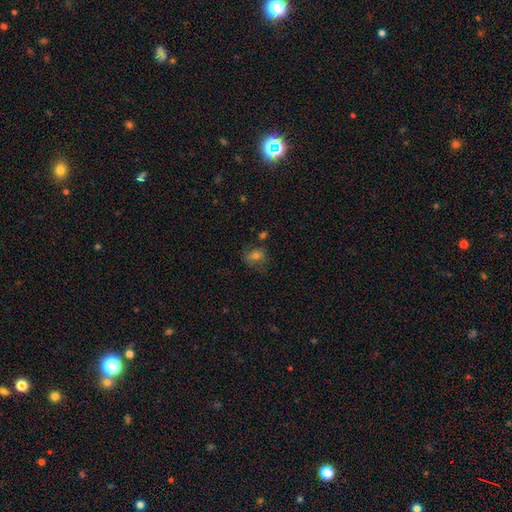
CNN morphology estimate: Q: Smooth or featured?
A: smooth (61%); runner-up: featured or disk (21%)
Q: How rounded?
A: round (55%); runner-up: in between (44%)
Q: Merging?
A: none (62%); runner-up: minor disturbance (23%)